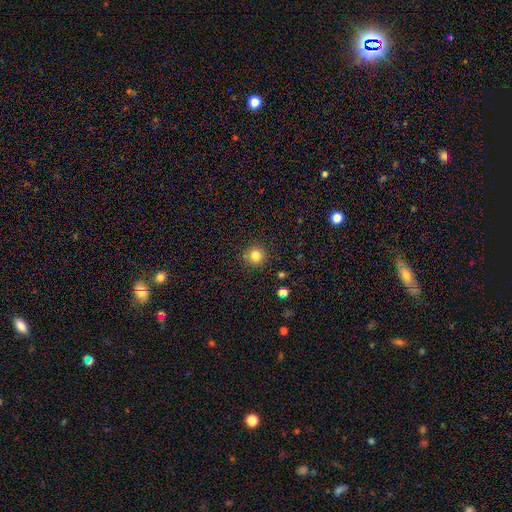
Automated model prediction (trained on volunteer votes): Overall: smooth (82%). How rounded: round (94%). Merging: none (87%).